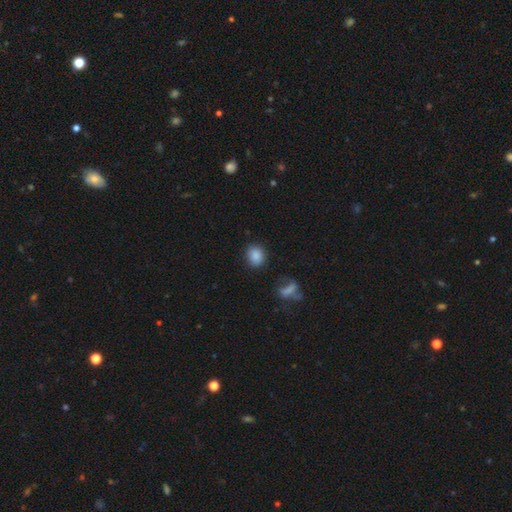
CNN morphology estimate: The model was most divided on "how rounded": round: 56%, in between: 42%, cigar-shaped: 1%. More confident: smooth or featured — smooth (86%); merging — none (83%).